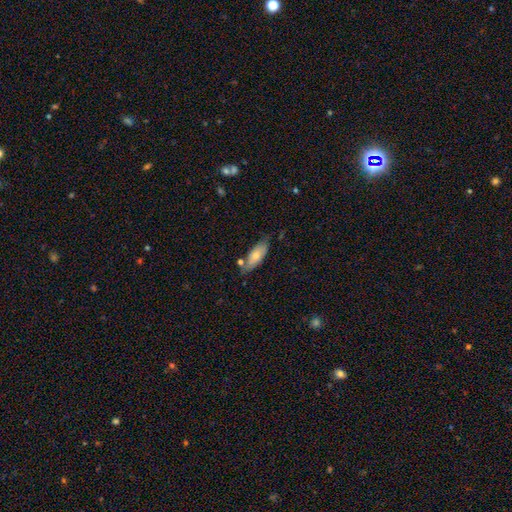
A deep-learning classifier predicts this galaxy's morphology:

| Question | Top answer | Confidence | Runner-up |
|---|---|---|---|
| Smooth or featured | smooth | 68% | featured or disk (26%) |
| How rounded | in between | 76% | cigar-shaped (22%) |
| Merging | none | 63% | minor disturbance (23%) |